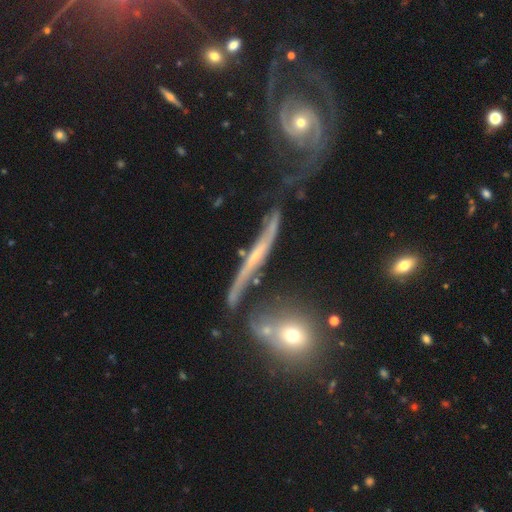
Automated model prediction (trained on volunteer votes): A featured or disk galaxy (80%) viewed edge-on (70%) with no central bulge (51%). Merging: none (44%).